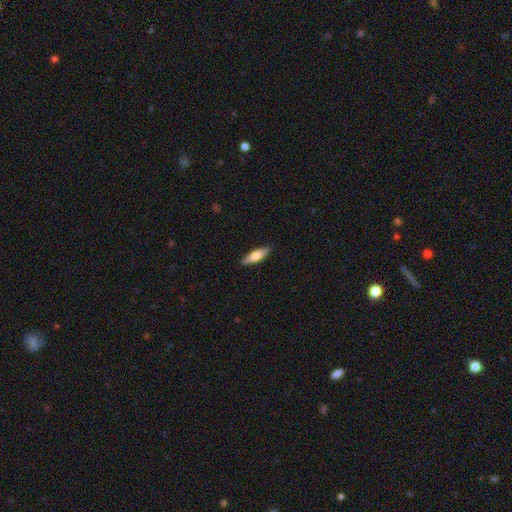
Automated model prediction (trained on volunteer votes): smooth-or-featured: smooth: 58% | featured or disk: 37% | star or artifact: 6%
  how-rounded: cigar-shaped: 62% | in between: 36% | round: 2%
  merging: none: 89% | minor disturbance: 8% | major disturbance: 2% | merger: 1%